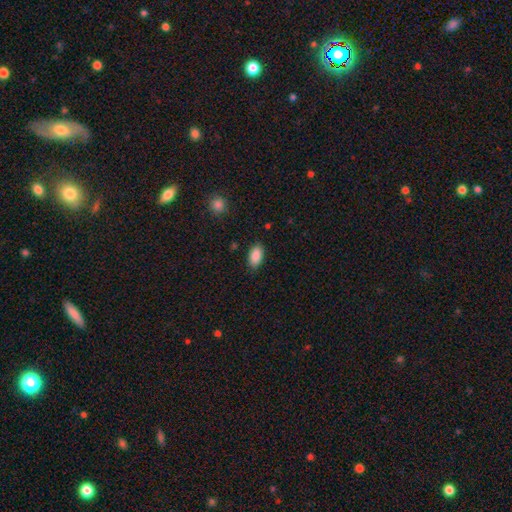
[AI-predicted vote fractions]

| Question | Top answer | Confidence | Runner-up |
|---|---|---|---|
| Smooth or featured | smooth | 89% | star or artifact (7%) |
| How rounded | in between | 93% | round (4%) |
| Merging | none | 85% | minor disturbance (11%) |